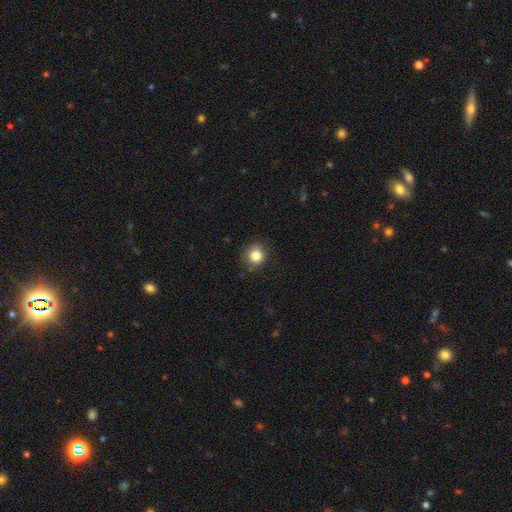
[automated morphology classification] Smooth or featured: smooth — 84% (star or artifact — 10%)
How rounded: round — 86% (in between — 13%)
Merging: none — 81% (minor disturbance — 15%)